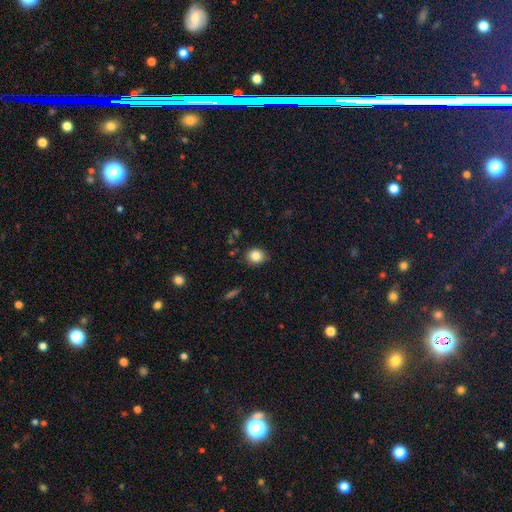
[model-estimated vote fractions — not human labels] smooth 84%, star or artifact 10%, featured or disk 6%. Down the decision tree: how rounded — round (74%); merging — none (80%).